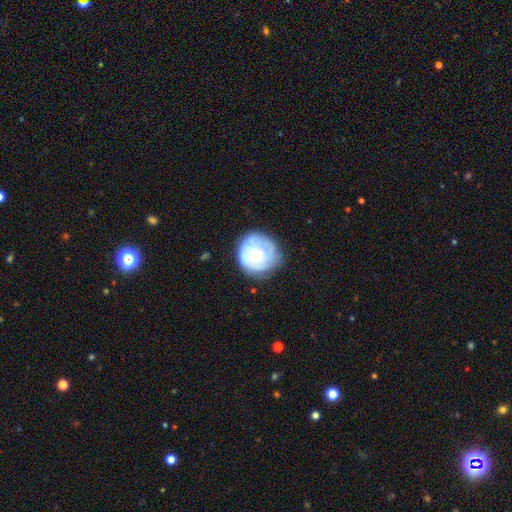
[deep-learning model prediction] smooth-or-featured: featured or disk: 52% | smooth: 42% | star or artifact: 7%
  disk-edge-on: no: 98% | yes: 2%
    bar: no: 85% | weak: 13% | strong: 2%
    has-spiral-arms: yes: 61% | no: 39%
    bulge-size: moderate: 48% | small: 47% | large: 3% | none: 1% | dominant: 1%
  merging: none: 71% | minor disturbance: 20% | major disturbance: 7% | merger: 2%